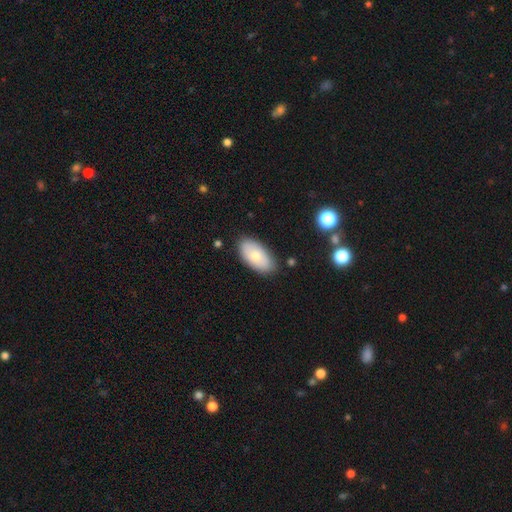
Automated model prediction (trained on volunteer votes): A smooth galaxy with no disk features (72%) that is in between round and cigar-shaped (94%). Merging: none (83%).